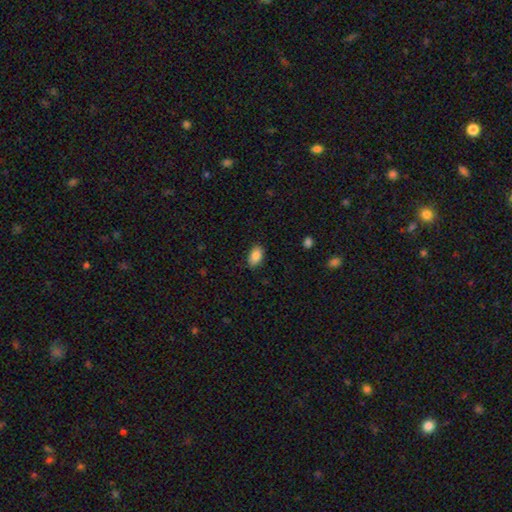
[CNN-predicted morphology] This appears to be a smooth galaxy with no disk features (86%) that is in between round and cigar-shaped (91%). Merging: none (85%).